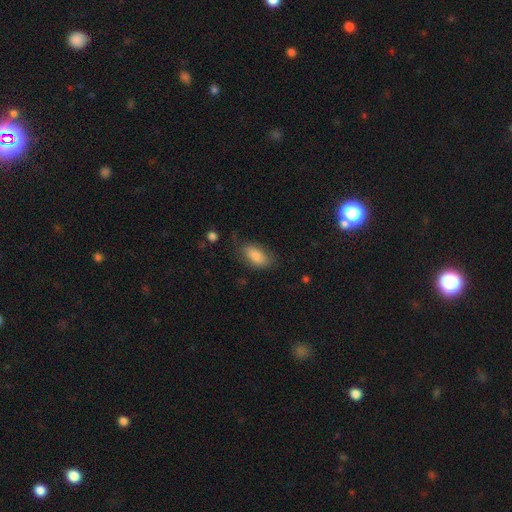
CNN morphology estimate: Smooth or featured? Predicted: smooth (p=0.85). How rounded? Predicted: in between (p=0.91). Merging? Predicted: none (p=0.68).